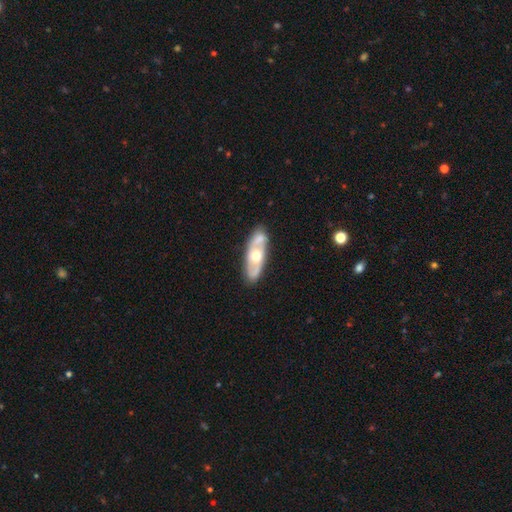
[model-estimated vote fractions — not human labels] Overall: featured or disk (63%; smooth 32%). Edge-on disk: no (75%). Merging: none (77%).